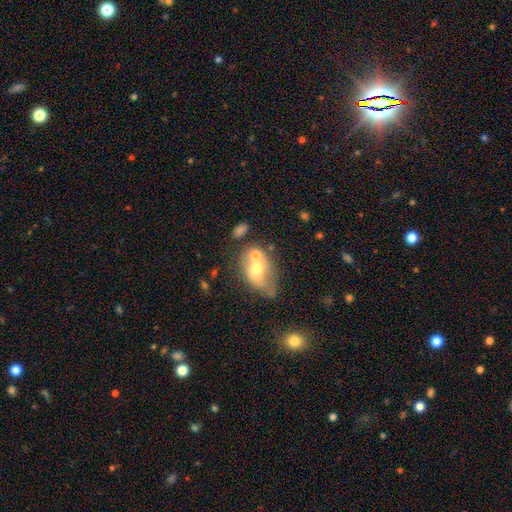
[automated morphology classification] smooth 58%, featured or disk 32%, star or artifact 10%. Down the decision tree: how rounded — in between (71%); merging — merger (50%).